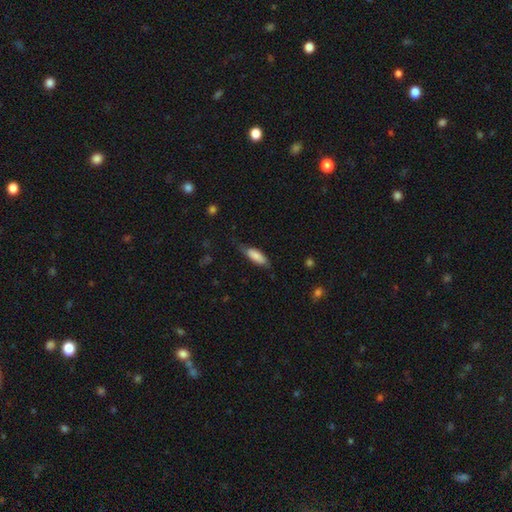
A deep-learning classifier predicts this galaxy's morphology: smooth 79%, featured or disk 15%, star or artifact 6%. Down the decision tree: how rounded — in between (66%); merging — none (56%).